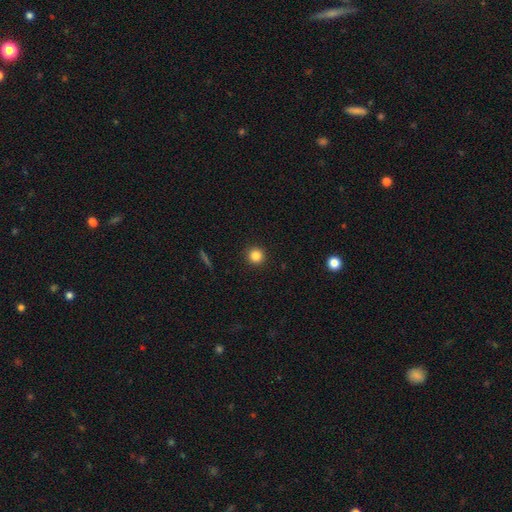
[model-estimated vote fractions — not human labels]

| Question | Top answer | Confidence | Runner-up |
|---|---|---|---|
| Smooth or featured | smooth | 84% | star or artifact (11%) |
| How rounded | round | 95% | in between (4%) |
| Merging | none | 93% | minor disturbance (5%) |